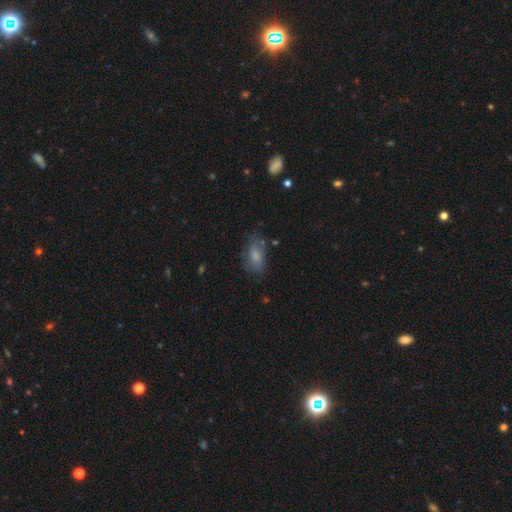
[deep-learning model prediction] This is likely a smooth galaxy (74%). How rounded: clearly in between (89%). Merging: likely none (61%).